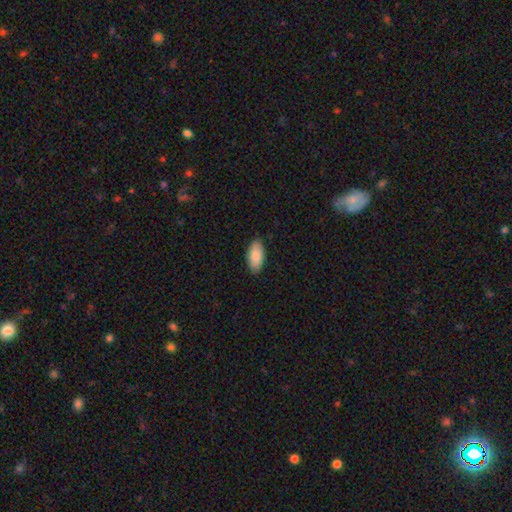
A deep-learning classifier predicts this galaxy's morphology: smooth-or-featured: smooth: 84% | featured or disk: 11% | star or artifact: 6%
  how-rounded: in between: 93% | cigar-shaped: 5% | round: 2%
  merging: none: 87% | minor disturbance: 11% | major disturbance: 2% | merger: 1%